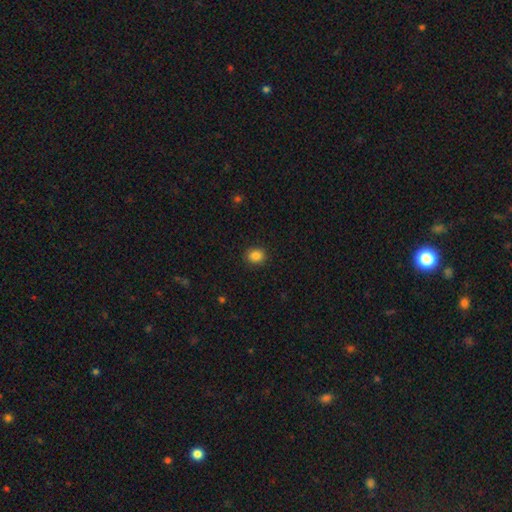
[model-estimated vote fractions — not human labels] Smooth or featured? Predicted: smooth (p=0.86). How rounded? Predicted: round (p=0.69). Merging? Predicted: none (p=0.90).